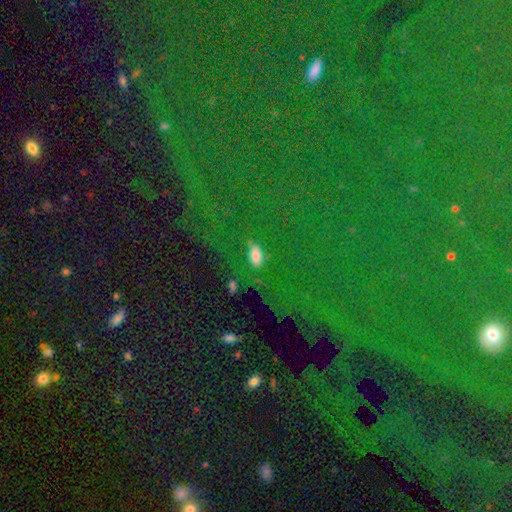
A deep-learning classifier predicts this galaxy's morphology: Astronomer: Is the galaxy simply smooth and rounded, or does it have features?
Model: smooth — 70%.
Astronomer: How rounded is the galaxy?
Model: in between — 86%.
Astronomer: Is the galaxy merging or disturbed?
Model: none — 70%.